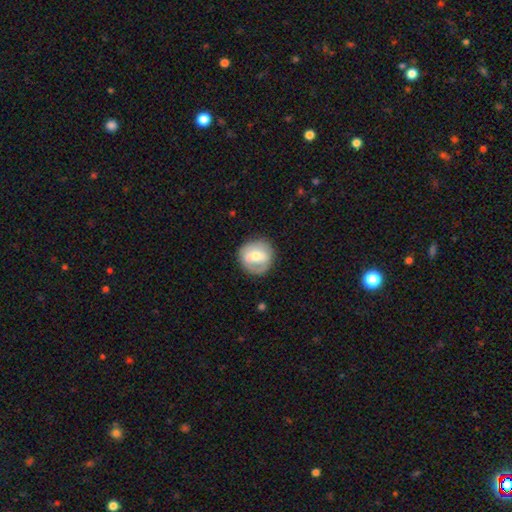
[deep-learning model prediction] Smooth or featured? smooth (53%)
How rounded? round (87%)
Merging? none (80%)